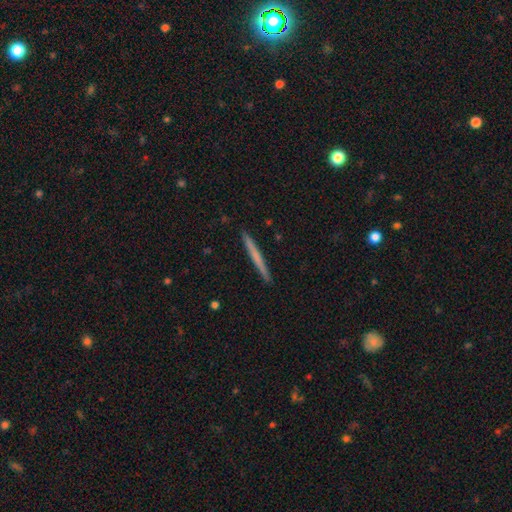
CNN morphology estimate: Smooth or featured?
  - smooth: 56% *
  - featured or disk: 39%
  - star or artifact: 5%
How rounded?
  - cigar-shaped: 97% *
  - in between: 2%
  - round: 1%
Merging?
  - none: 93% *
  - minor disturbance: 5%
  - major disturbance: 1%
  - merger: 1%